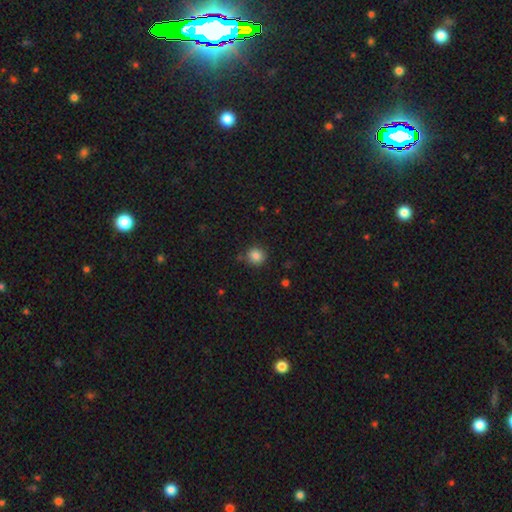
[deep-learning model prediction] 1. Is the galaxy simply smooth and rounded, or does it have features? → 85% smooth, 11% star or artifact, 5% featured or disk.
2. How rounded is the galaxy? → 92% round, 7% in between, 1% cigar-shaped.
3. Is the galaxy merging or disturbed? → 84% none, 10% minor disturbance, 3% merger, 3% major disturbance.